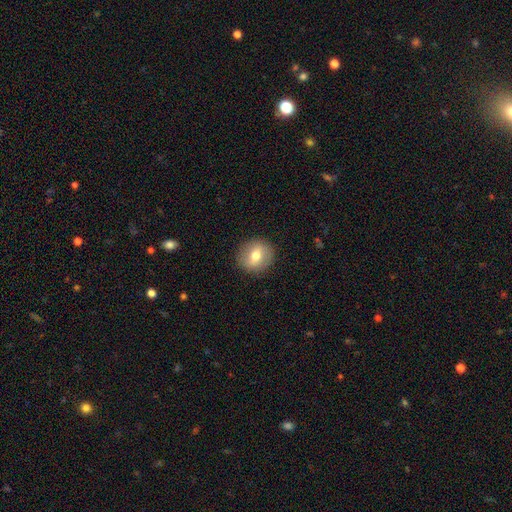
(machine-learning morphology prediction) type=smooth (64%); roundness=round (85%); merging=none (89%).